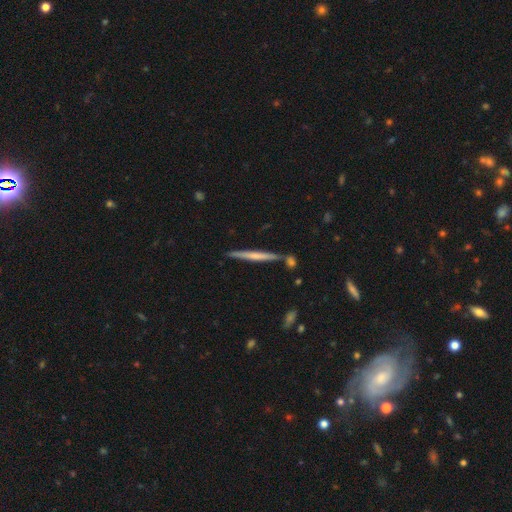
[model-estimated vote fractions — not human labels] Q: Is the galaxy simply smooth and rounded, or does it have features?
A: featured or disk — 50%.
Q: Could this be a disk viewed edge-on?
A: yes — 97%.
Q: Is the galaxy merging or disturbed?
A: none — 81%.